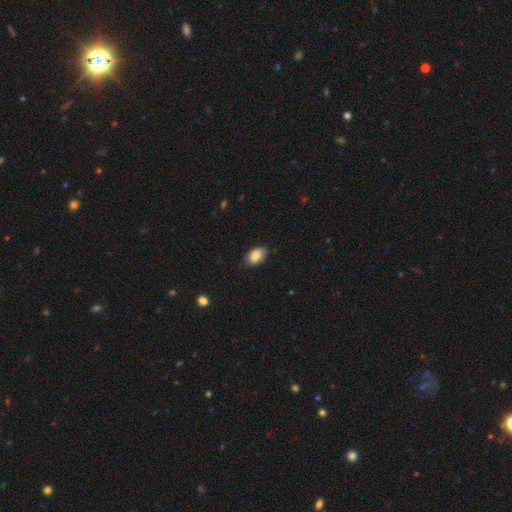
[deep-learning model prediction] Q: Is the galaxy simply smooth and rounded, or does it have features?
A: smooth — 86%.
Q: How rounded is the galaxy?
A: in between — 90%.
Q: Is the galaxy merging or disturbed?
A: none — 83%.